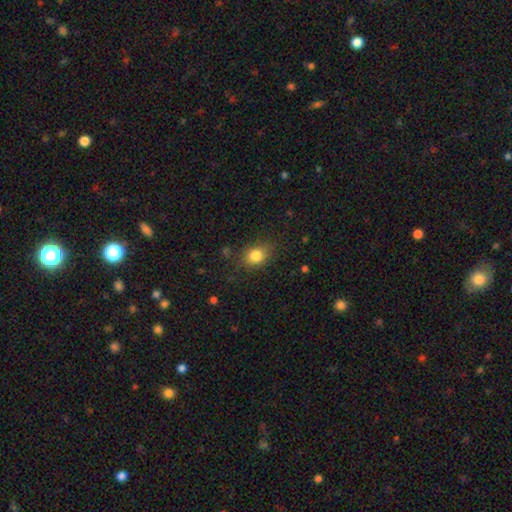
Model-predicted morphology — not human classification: This is clearly a smooth galaxy (83%). How rounded: possibly in between (53%). Merging: clearly none (80%).